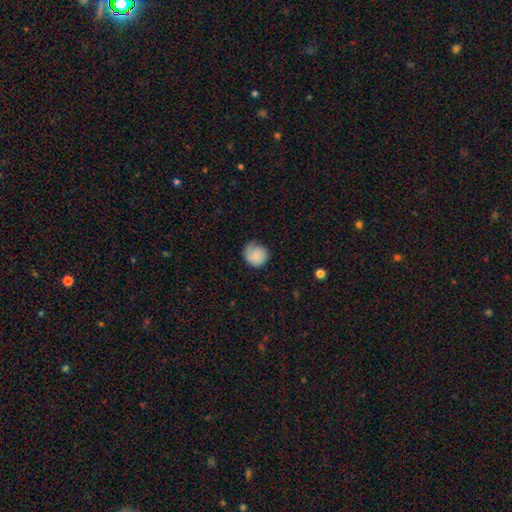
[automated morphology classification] Q: Smooth or featured?
A: smooth (74%); runner-up: featured or disk (19%)
Q: How rounded?
A: round (85%); runner-up: in between (14%)
Q: Merging?
A: none (57%); runner-up: minor disturbance (30%)